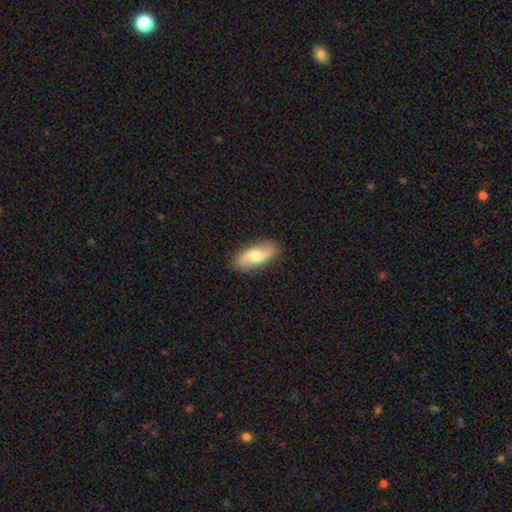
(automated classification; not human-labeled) A smooth galaxy with no disk features (55%) that is in between round and cigar-shaped (83%).

Vote fractions:
- Smooth or featured? smooth: 55% / featured or disk: 39% / star or artifact: 6%
- How rounded? in between: 83% / cigar-shaped: 13% / round: 4%
- Merging? none: 86% / minor disturbance: 11% / major disturbance: 2% / merger: 1%